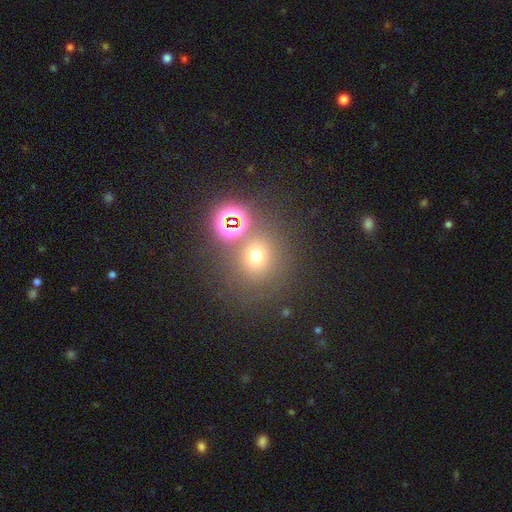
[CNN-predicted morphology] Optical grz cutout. It shows a smooth galaxy with no disk features (62%) that is round (85%). Merging: none (70%).